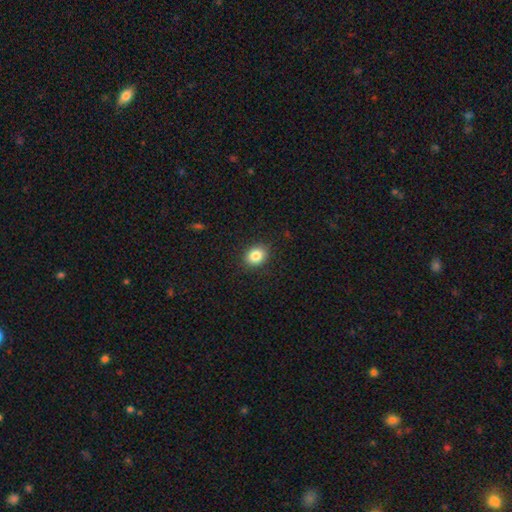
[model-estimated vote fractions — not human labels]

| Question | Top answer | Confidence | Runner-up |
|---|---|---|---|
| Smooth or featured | smooth | 85% | star or artifact (9%) |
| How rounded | in between | 52% | round (47%) |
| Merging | none | 89% | minor disturbance (8%) |